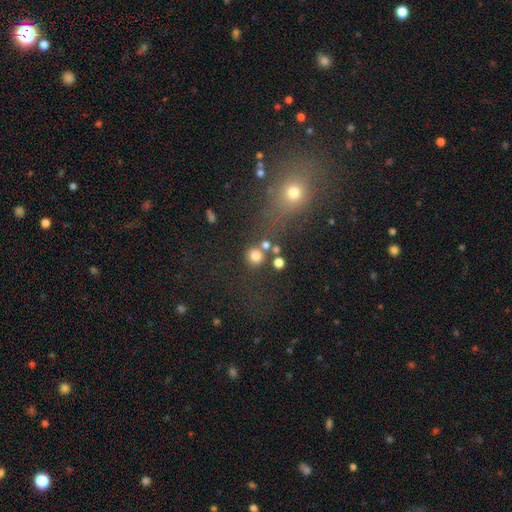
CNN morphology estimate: smooth-or-featured: smooth: 79% | star or artifact: 15% | featured or disk: 7%
  how-rounded: round: 91% | in between: 8% | cigar-shaped: 1%
  merging: none: 73% | merger: 14% | minor disturbance: 8% | major disturbance: 5%